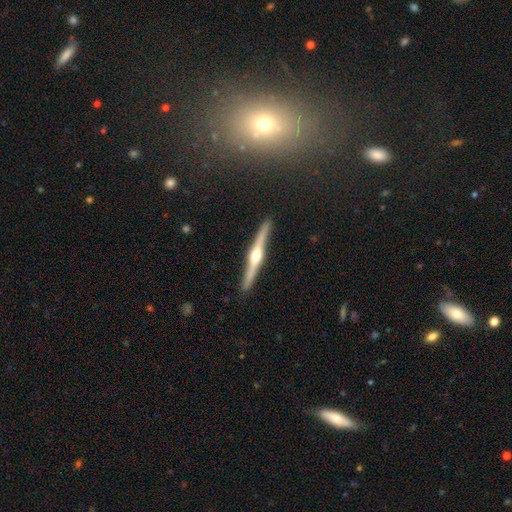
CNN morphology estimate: This appears to be a featured or disk galaxy (82%) viewed edge-on (98%) with a rounded central bulge (94%). Merging: none (91%).